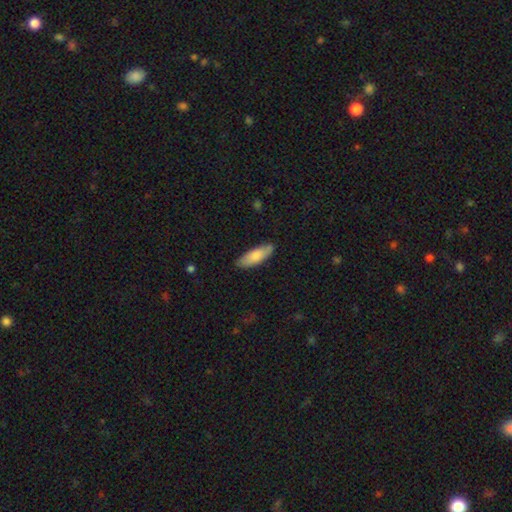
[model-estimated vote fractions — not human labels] A smooth galaxy with no disk features (78%) that is in between round and cigar-shaped (64%).

Vote fractions:
- Smooth or featured? smooth: 78% / featured or disk: 16% / star or artifact: 5%
- How rounded? in between: 64% / cigar-shaped: 34% / round: 2%
- Merging? none: 80% / minor disturbance: 16% / major disturbance: 2% / merger: 1%